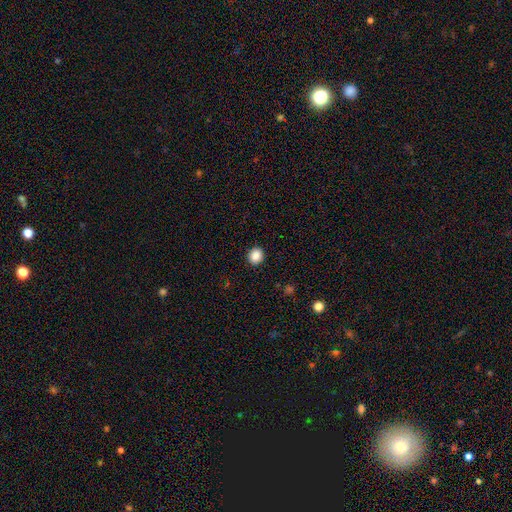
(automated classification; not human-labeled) This is clearly a smooth galaxy (87%). How rounded: clearly round (80%). Merging: clearly none (91%).